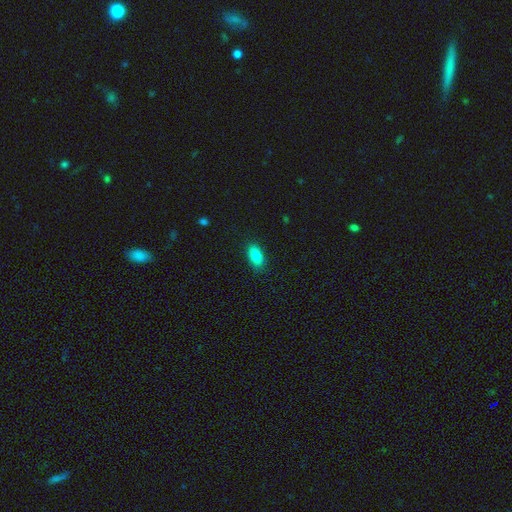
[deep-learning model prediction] Smooth or featured? smooth (84%)
How rounded? in between (87%)
Merging? none (86%)